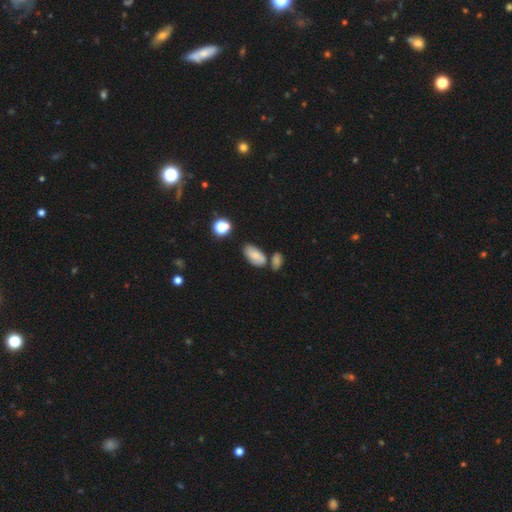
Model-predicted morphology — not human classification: Smooth or featured: smooth — 74% (featured or disk — 16%)
How rounded: in between — 92% (round — 4%)
Merging: none — 59% (merger — 19%)